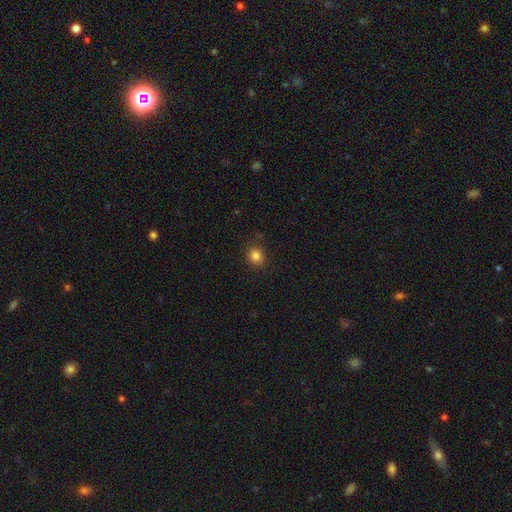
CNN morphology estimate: type=smooth (84%); roundness=round (76%); merging=none (88%).